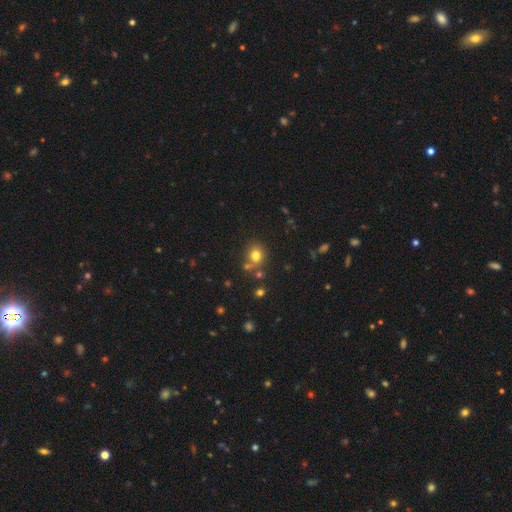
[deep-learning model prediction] Morphology: type=smooth (76%); roundness=round (76%); merging=none (65%).